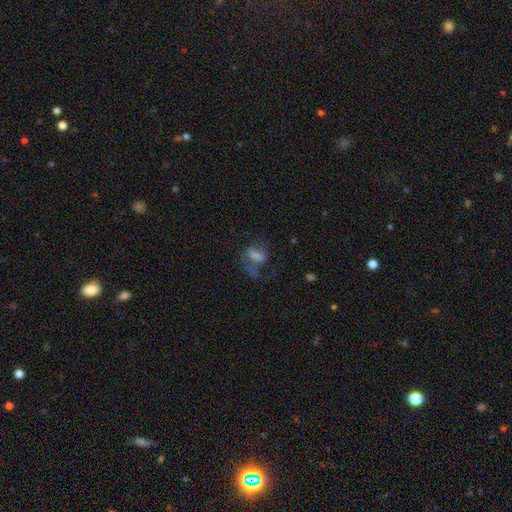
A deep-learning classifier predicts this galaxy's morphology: smooth 42%, featured or disk 39%, star or artifact 19%. Down the decision tree: merging — none (39%).